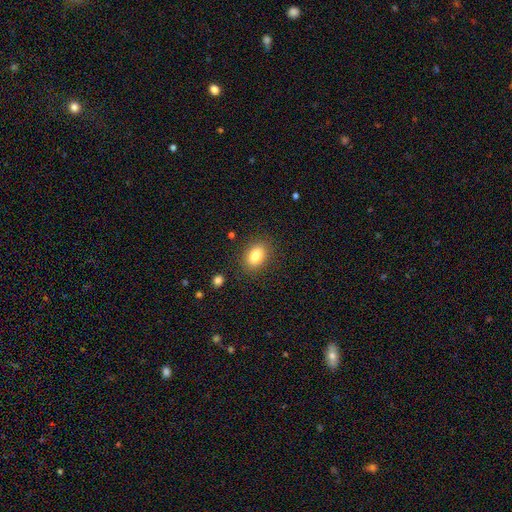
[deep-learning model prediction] Smooth or featured?
  - smooth: 83% *
  - star or artifact: 9%
  - featured or disk: 8%
How rounded?
  - in between: 80% *
  - round: 19%
  - cigar-shaped: 1%
Merging?
  - none: 86% *
  - minor disturbance: 10%
  - major disturbance: 3%
  - merger: 2%